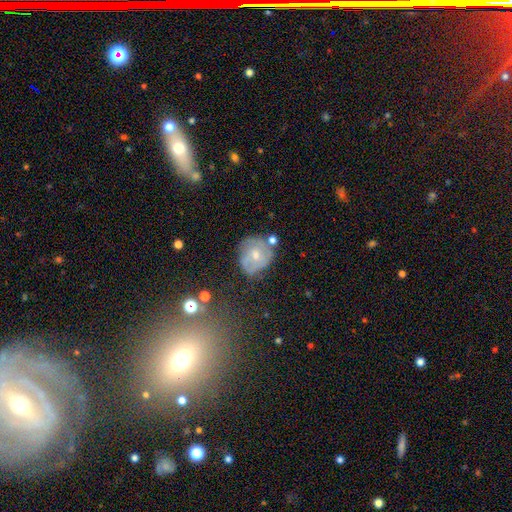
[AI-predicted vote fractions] A featured or disk galaxy (48%).

Vote fractions:
- Smooth or featured? featured or disk: 48% / smooth: 43% / star or artifact: 9%
- Merging? none: 51% / minor disturbance: 26% / major disturbance: 12% / merger: 11%